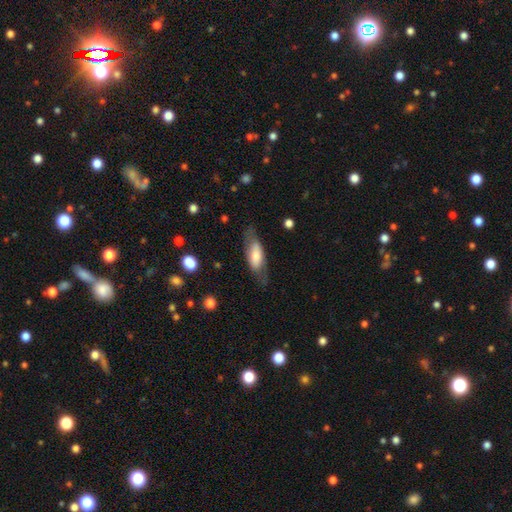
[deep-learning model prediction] This is possibly a smooth galaxy (58%). How rounded: likely in between (68%). Merging: likely none (69%).